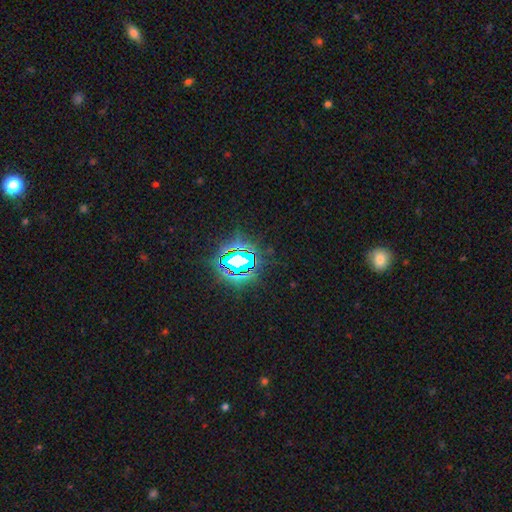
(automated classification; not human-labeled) smooth-or-featured: star or artifact: 81% | smooth: 12% | featured or disk: 7%